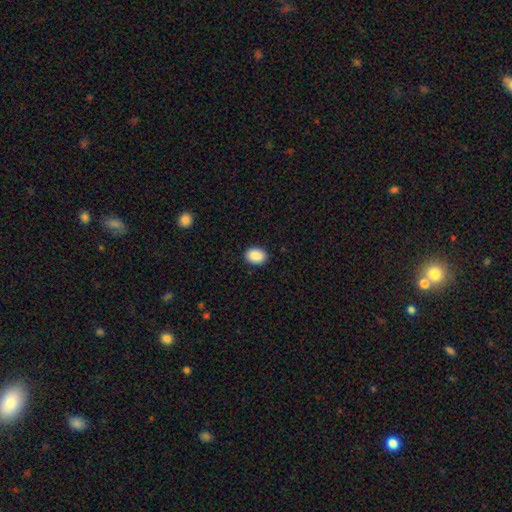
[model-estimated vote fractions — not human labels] A smooth galaxy with no disk features (90%) that is in between round and cigar-shaped (67%). Merging: none (90%).